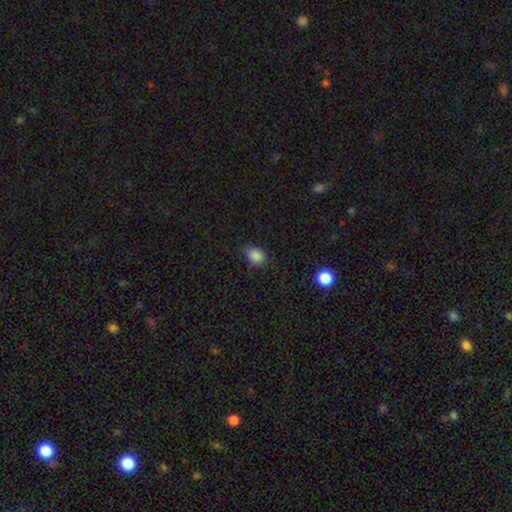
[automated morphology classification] smooth 86%, star or artifact 10%, featured or disk 4%. Down the decision tree: how rounded — in between (72%); merging — none (73%).